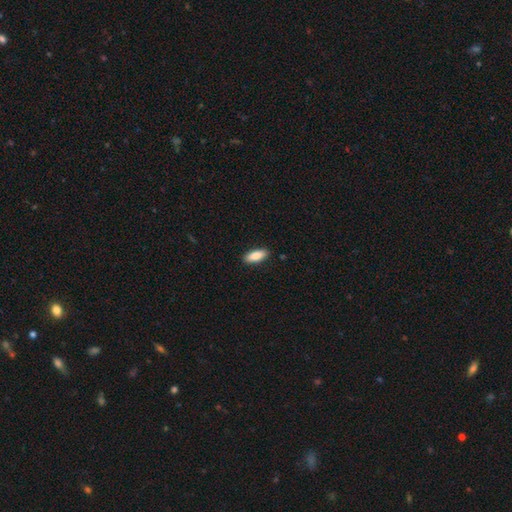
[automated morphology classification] Smooth or featured: smooth — 85% (featured or disk — 9%)
How rounded: in between — 76% (cigar-shaped — 22%)
Merging: none — 89% (minor disturbance — 8%)